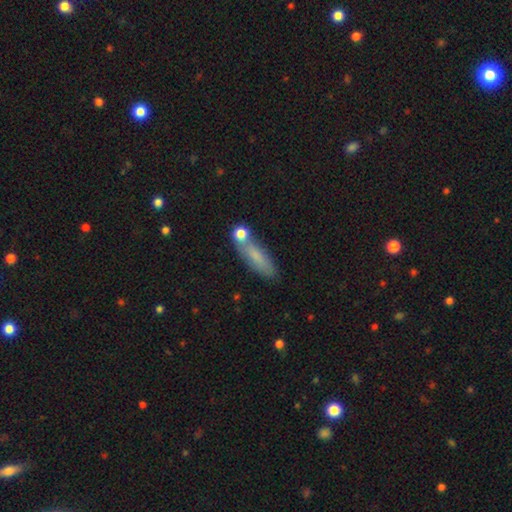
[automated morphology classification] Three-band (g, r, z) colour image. It shows a smooth galaxy with no disk features (74%) that is cigar-shaped (55%). Merging: none (66%).